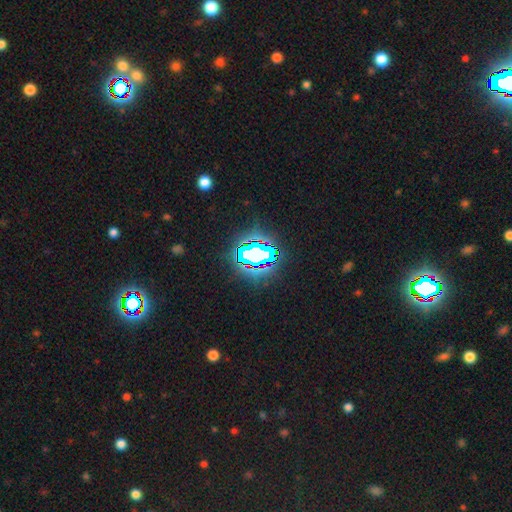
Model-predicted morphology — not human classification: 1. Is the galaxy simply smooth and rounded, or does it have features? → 69% star or artifact, 17% smooth, 14% featured or disk.